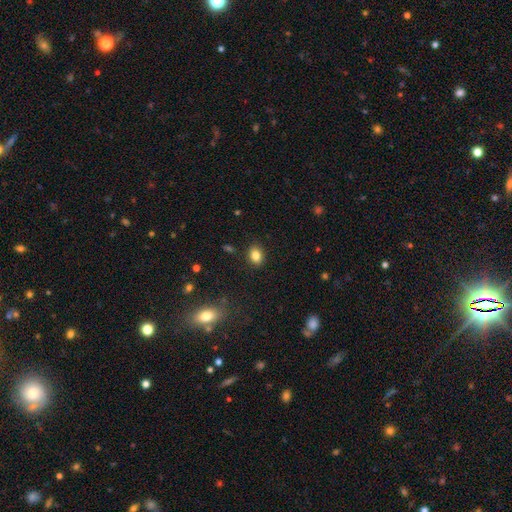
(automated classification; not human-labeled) Overall: smooth (84%). How rounded: in between (66%; round 33%). Merging: none (88%).